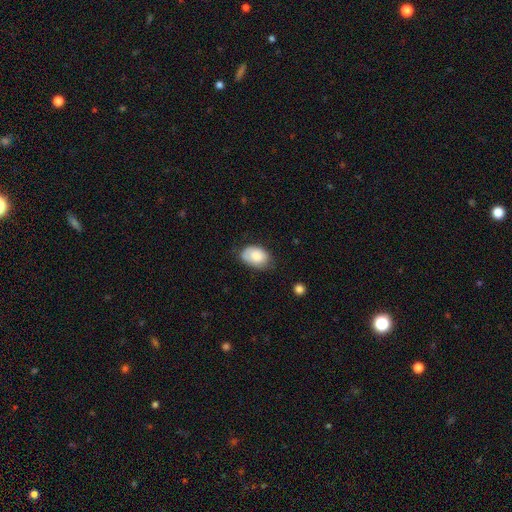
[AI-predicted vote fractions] Smooth or featured?
  - smooth: 82% *
  - featured or disk: 12%
  - star or artifact: 7%
How rounded?
  - in between: 86% *
  - round: 13%
  - cigar-shaped: 1%
Merging?
  - none: 61% *
  - minor disturbance: 30%
  - major disturbance: 7%
  - merger: 2%